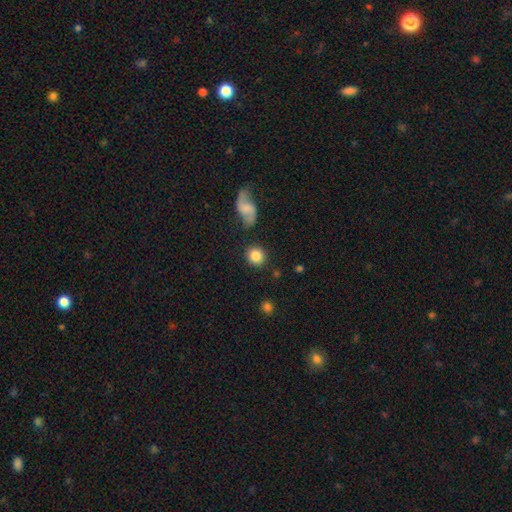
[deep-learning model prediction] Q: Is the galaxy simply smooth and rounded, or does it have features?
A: smooth — 84%.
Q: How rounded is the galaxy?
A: round — 87%.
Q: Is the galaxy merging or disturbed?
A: none — 84%.